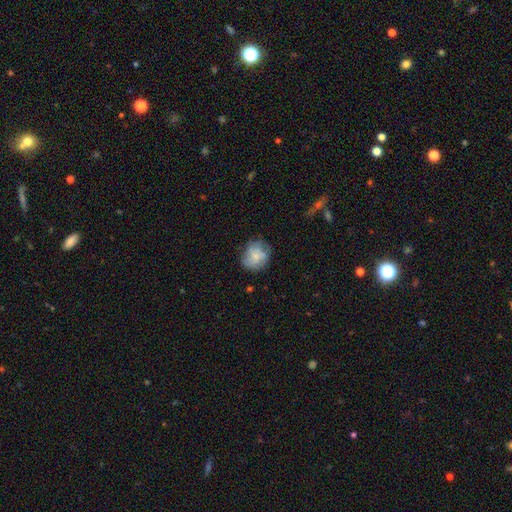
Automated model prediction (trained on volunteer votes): A smooth galaxy with no disk features (55%) that is round (78%). Merging: none (69%).